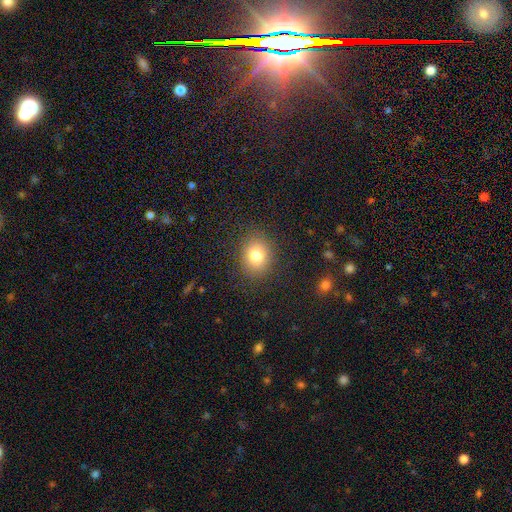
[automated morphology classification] A smooth galaxy with no disk features (80%) that is round (58%). Merging: none (87%).